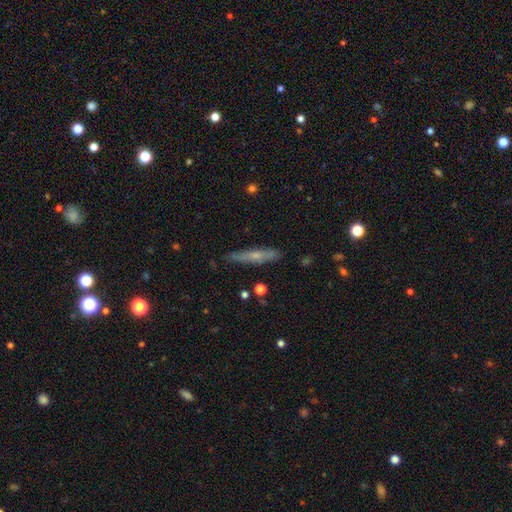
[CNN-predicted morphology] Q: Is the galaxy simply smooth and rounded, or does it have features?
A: featured or disk — 49%.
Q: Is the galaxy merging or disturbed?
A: none — 86%.